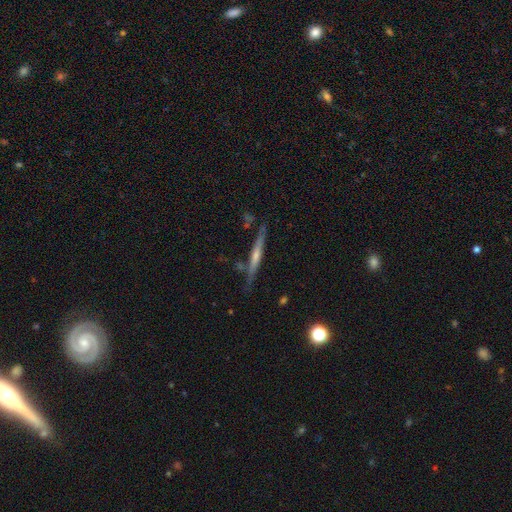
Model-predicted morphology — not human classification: smooth-or-featured: featured or disk: 68% | smooth: 25% | star or artifact: 7%
  disk-edge-on: yes: 96% | no: 4%
    edge-on-bulge: rounded: 56% | none: 36% | boxy: 8%
  merging: none: 80% | minor disturbance: 13% | merger: 4% | major disturbance: 3%